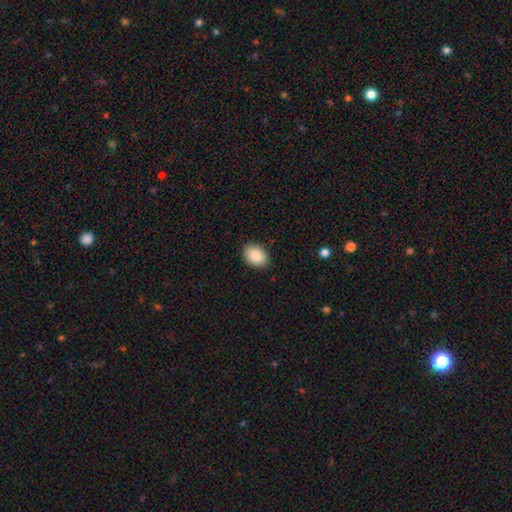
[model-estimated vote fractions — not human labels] Smooth or featured? Predicted: smooth (p=0.88). How rounded? Predicted: in between (p=0.76). Merging? Predicted: none (p=0.89).